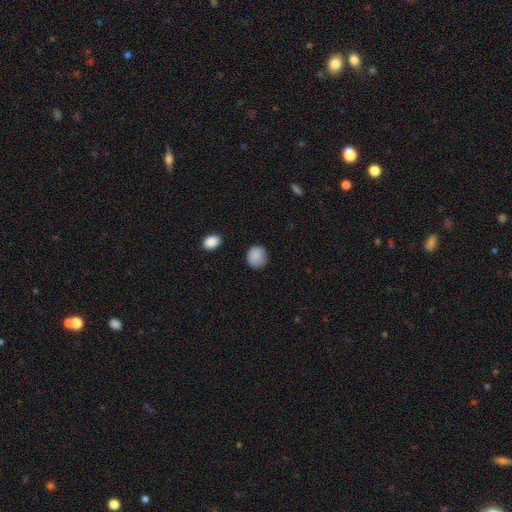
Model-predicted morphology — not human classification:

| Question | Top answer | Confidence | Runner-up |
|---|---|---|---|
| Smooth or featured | smooth | 87% | star or artifact (8%) |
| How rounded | round | 78% | in between (21%) |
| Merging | none | 79% | minor disturbance (16%) |